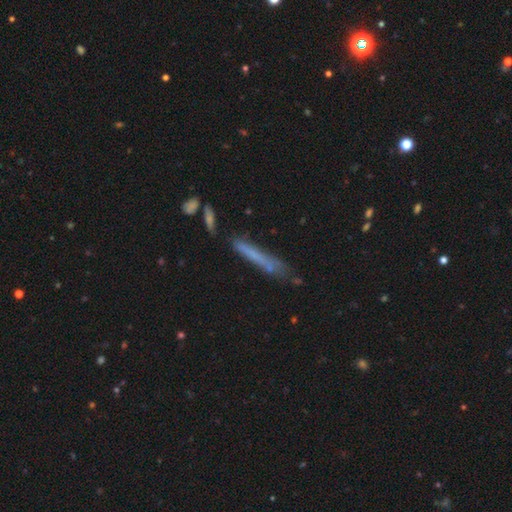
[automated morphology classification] Smooth or featured?
  - smooth: 58% *
  - featured or disk: 32%
  - star or artifact: 10%
How rounded?
  - cigar-shaped: 94% *
  - in between: 4%
  - round: 2%
Merging?
  - none: 65% *
  - minor disturbance: 22%
  - major disturbance: 8%
  - merger: 6%